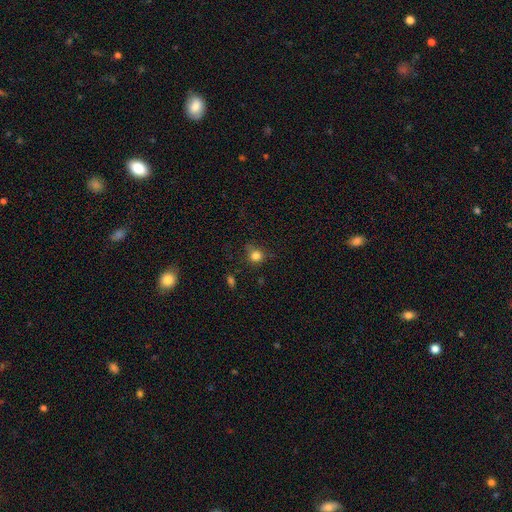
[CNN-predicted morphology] Q: Smooth or featured?
A: smooth (81%); runner-up: star or artifact (13%)
Q: How rounded?
A: round (83%); runner-up: in between (16%)
Q: Merging?
A: none (69%); runner-up: minor disturbance (22%)